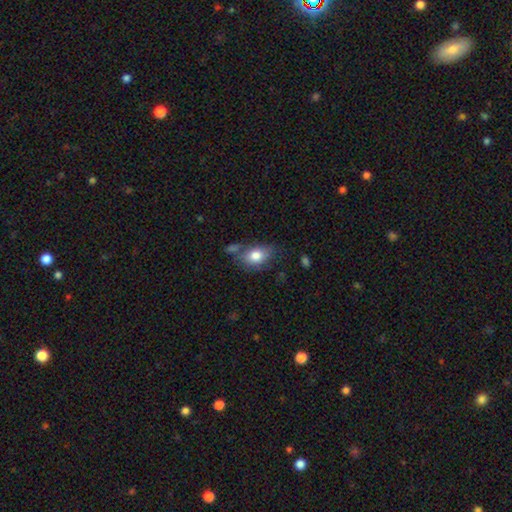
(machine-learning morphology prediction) A smooth galaxy with no disk features (80%) that is in between round and cigar-shaped (81%). Merging: none (59%).